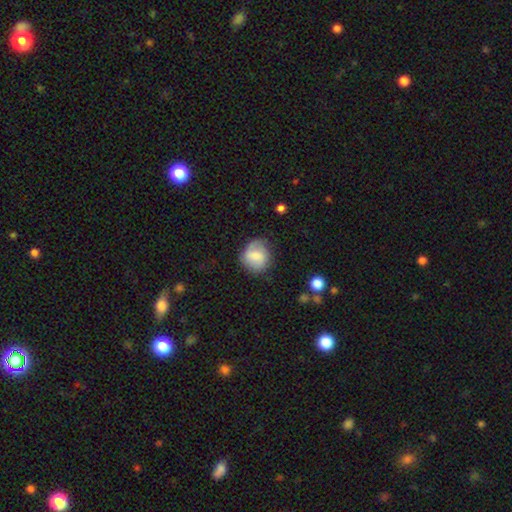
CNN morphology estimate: Q: Smooth or featured?
A: smooth (64%); runner-up: featured or disk (28%)
Q: How rounded?
A: round (79%); runner-up: in between (21%)
Q: Merging?
A: none (67%); runner-up: minor disturbance (23%)